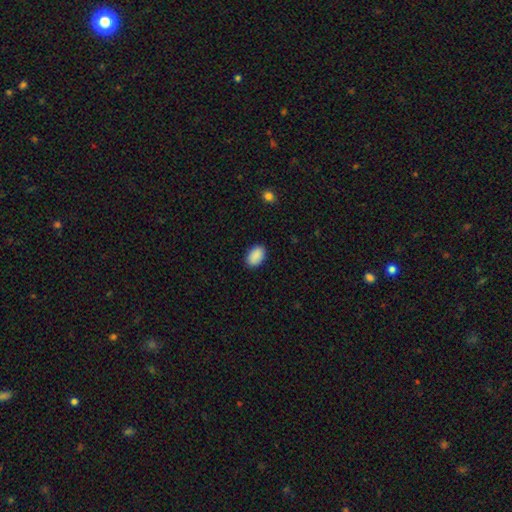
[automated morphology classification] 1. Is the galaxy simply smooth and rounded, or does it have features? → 91% smooth, 7% star or artifact, 2% featured or disk.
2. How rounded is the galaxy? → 91% in between, 8% round, 1% cigar-shaped.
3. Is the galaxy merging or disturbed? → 89% none, 8% minor disturbance, 2% major disturbance, 1% merger.